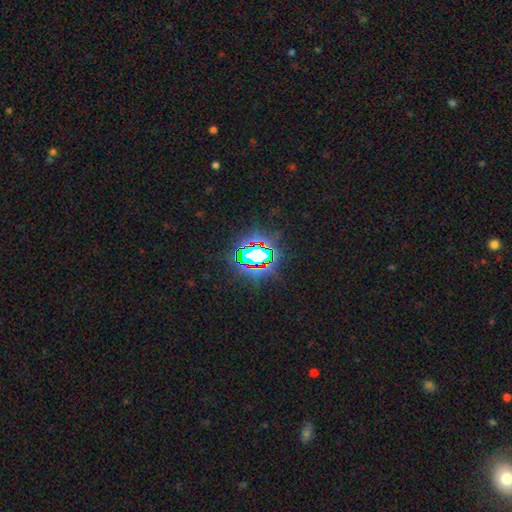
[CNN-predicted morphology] Smooth or featured: star or artifact — 77% (smooth — 12%)